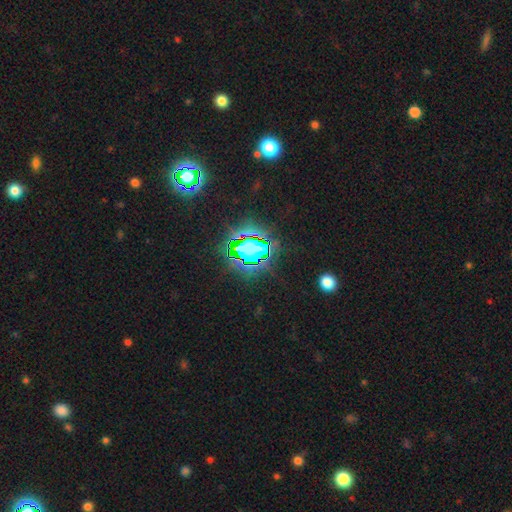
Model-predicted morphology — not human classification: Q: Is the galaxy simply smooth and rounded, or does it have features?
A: star or artifact — 79%.